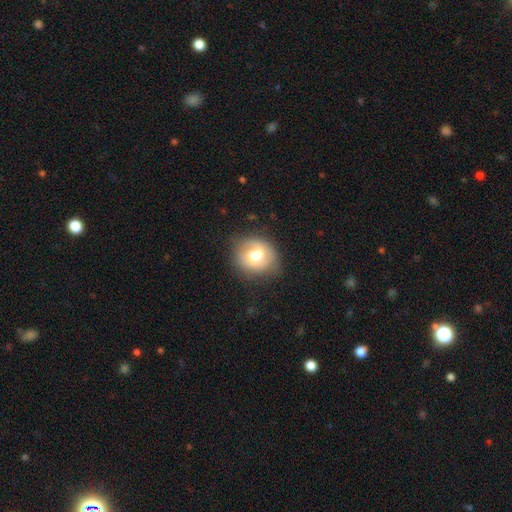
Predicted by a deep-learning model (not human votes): smooth_or_featured: smooth (p=0.59) [alt: featured or disk p=0.33]
how_rounded: round (p=0.76) [alt: in between p=0.23]
merging: none (p=0.70) [alt: minor disturbance p=0.21]